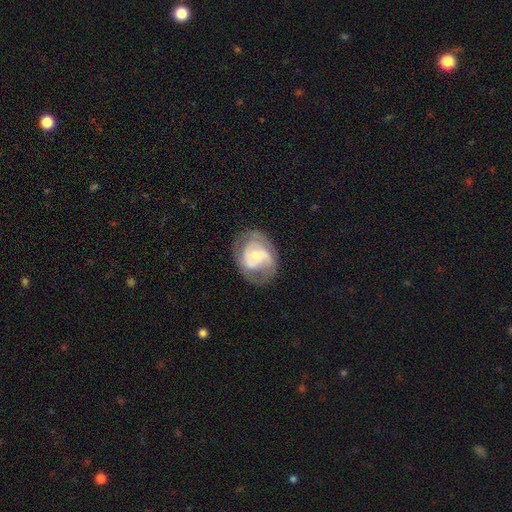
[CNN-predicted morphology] Q: Smooth or featured?
A: featured or disk (70%); runner-up: smooth (24%)
Q: Edge-on disk?
A: no (97%); runner-up: yes (3%)
Q: Bar?
A: no (58%); runner-up: weak (33%)
Q: Spiral arms?
A: yes (82%); runner-up: no (18%)
Q: Spiral winding?
A: medium (44%); runner-up: tight (35%)
Q: Spiral arm count?
A: 2 (60%); runner-up: can't tell (21%)
Q: Bulge size?
A: small (50%); runner-up: moderate (43%)
Q: Merging?
A: none (63%); runner-up: minor disturbance (21%)